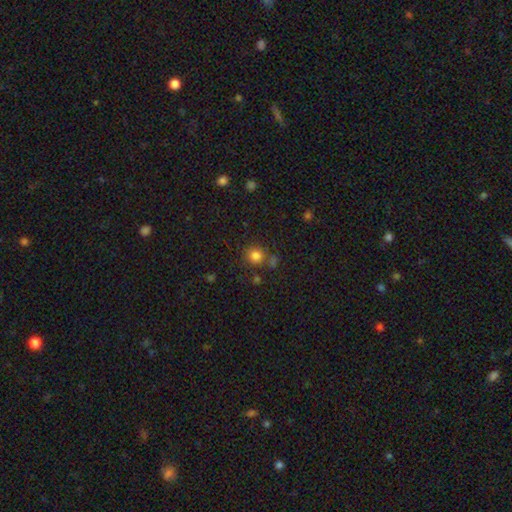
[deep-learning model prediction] Smooth or featured? smooth (81%)
How rounded? round (88%)
Merging? none (74%)